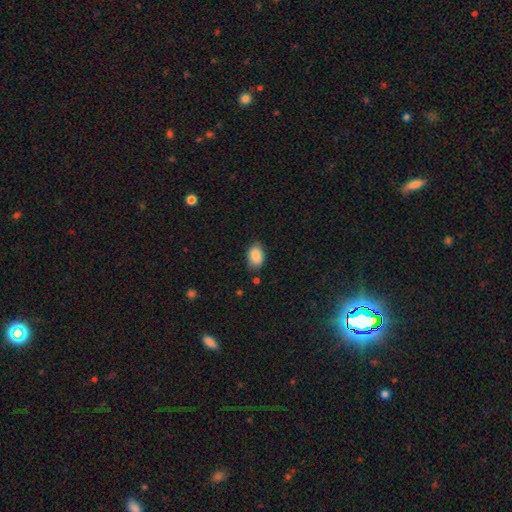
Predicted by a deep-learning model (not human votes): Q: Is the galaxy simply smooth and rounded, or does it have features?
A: smooth — 87%.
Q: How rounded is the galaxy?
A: in between — 89%.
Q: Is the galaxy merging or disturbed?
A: none — 79%.